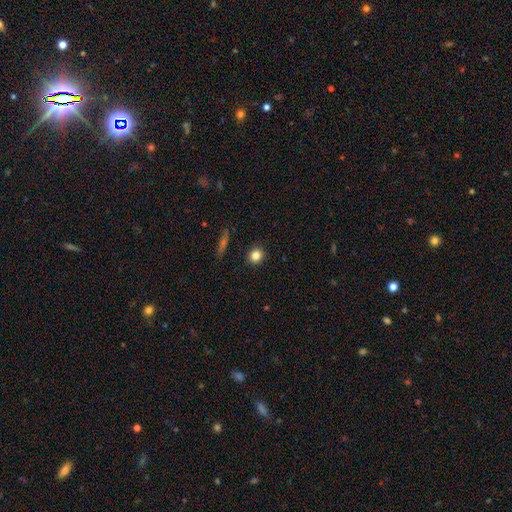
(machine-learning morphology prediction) Q: Smooth or featured?
A: smooth (82%); runner-up: star or artifact (11%)
Q: How rounded?
A: round (86%); runner-up: in between (12%)
Q: Merging?
A: none (91%); runner-up: minor disturbance (6%)